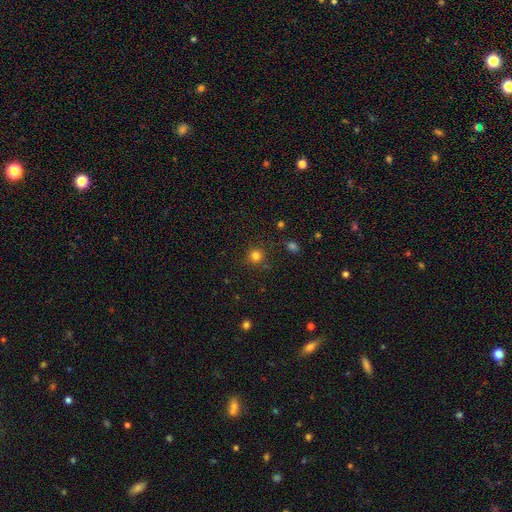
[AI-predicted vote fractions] Smooth or featured: smooth — 79% (star or artifact — 16%)
How rounded: round — 94% (in between — 6%)
Merging: none — 87% (minor disturbance — 8%)